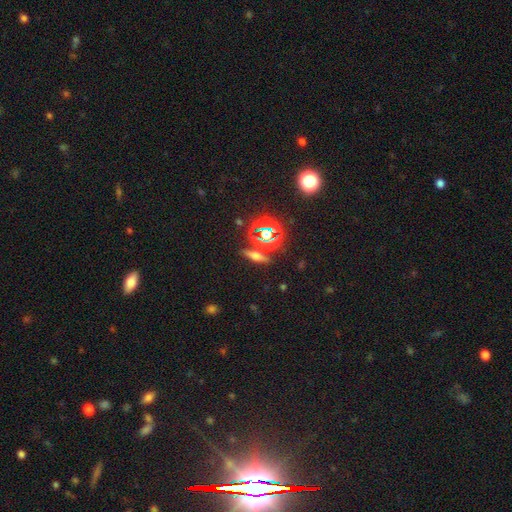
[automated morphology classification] type=smooth (37%); merging=none (82%).